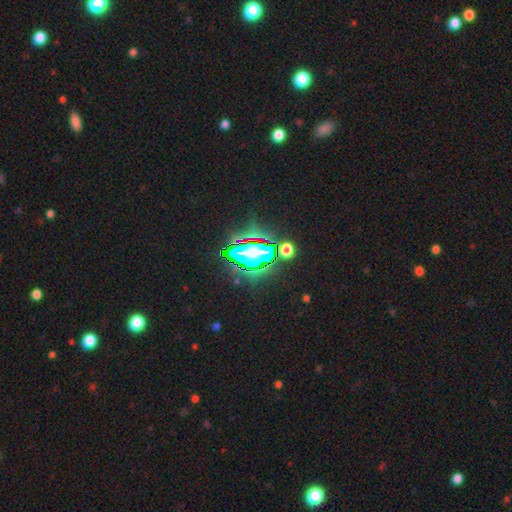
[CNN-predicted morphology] Q: Smooth or featured?
A: star or artifact (63%); runner-up: smooth (22%)